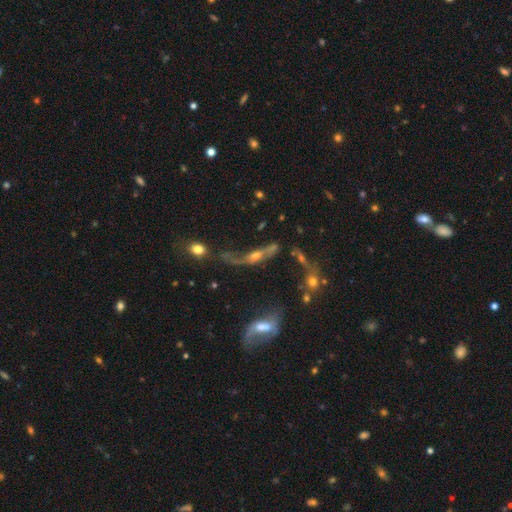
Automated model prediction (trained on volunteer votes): The model was most divided on "merging": none: 31%, major disturbance: 30%, merger: 22%, minor disturbance: 17%. More confident: smooth or featured — featured or disk (66%); edge-on disk — no (65%).